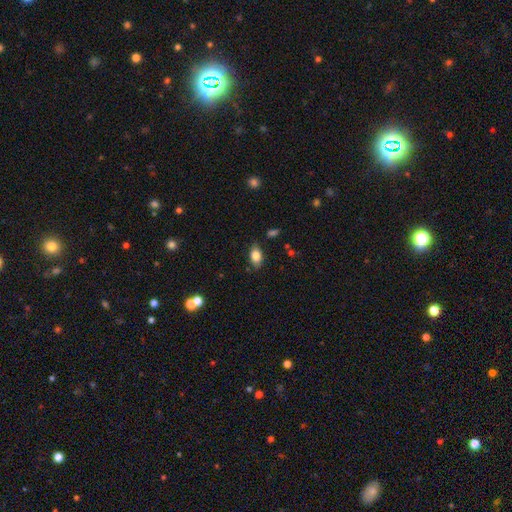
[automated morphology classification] Q: Smooth or featured?
A: smooth (83%); runner-up: featured or disk (9%)
Q: How rounded?
A: in between (88%); runner-up: round (9%)
Q: Merging?
A: none (80%); runner-up: minor disturbance (15%)